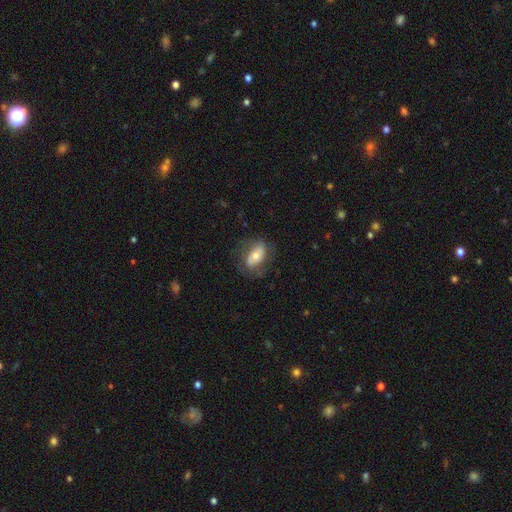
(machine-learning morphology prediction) Smooth or featured?
  - smooth: 49% *
  - featured or disk: 43%
  - star or artifact: 7%
Merging?
  - none: 67% *
  - minor disturbance: 20%
  - major disturbance: 12%
  - merger: 1%